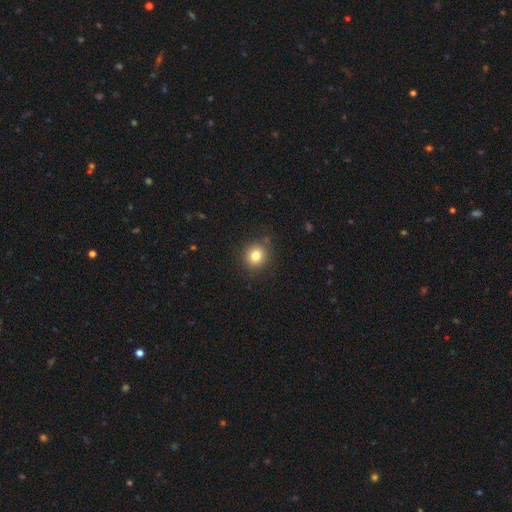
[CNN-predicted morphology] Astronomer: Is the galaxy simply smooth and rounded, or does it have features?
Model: smooth — 81%.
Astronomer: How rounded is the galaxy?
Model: round — 88%.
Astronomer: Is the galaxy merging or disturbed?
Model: none — 86%.